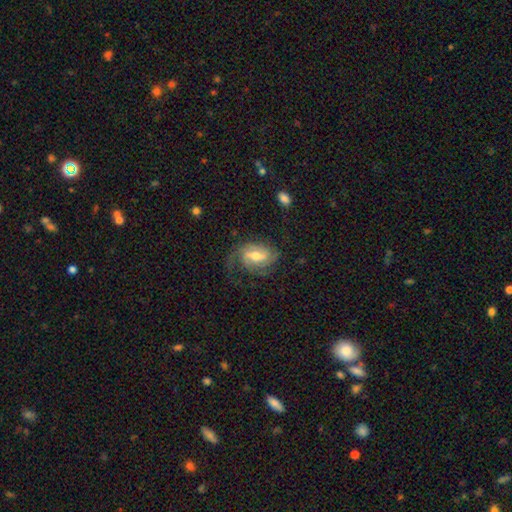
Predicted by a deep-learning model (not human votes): Smooth or featured: featured or disk — 75% (smooth — 19%)
Edge-on disk: no — 96% (yes — 4%)
Bar: weak — 51% (no — 27%)
Spiral arms: yes — 93% (no — 7%)
Spiral winding: medium — 42% (tight — 32%)
Spiral arm count: 2 — 44% (can't tell — 19%)
Bulge size: moderate — 63% (small — 27%)
Merging: none — 56% (minor disturbance — 21%)